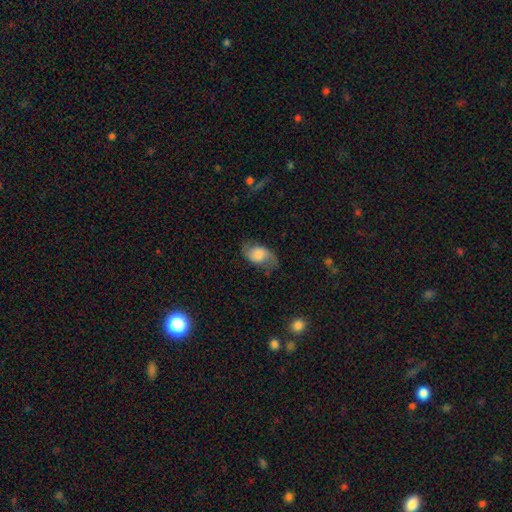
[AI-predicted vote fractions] Smooth or featured? Predicted: featured or disk (p=0.53). Edge-on disk? Predicted: no (p=0.94). Bar? Predicted: no (p=0.60). Spiral arms? Predicted: yes (p=0.89). Bulge size? Predicted: moderate (p=0.34). Merging? Predicted: none (p=0.68).